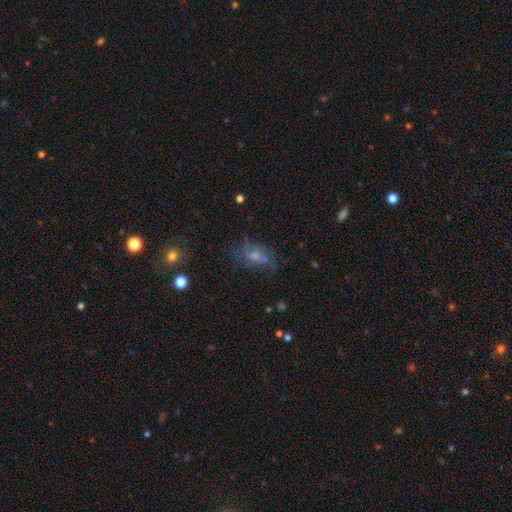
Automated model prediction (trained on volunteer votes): This appears to be a smooth galaxy with no disk features (46%). Merging: none (50%).